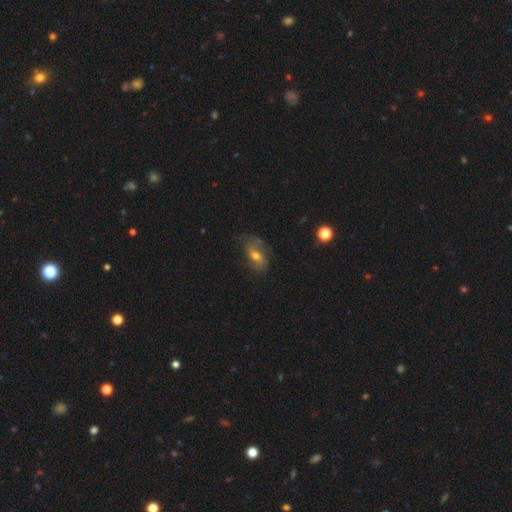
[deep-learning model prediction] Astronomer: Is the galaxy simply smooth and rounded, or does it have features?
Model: featured or disk — 51% (runner-up: smooth, 38%).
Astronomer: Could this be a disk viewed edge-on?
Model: no — 89%.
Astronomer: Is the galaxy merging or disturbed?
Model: none — 64%.